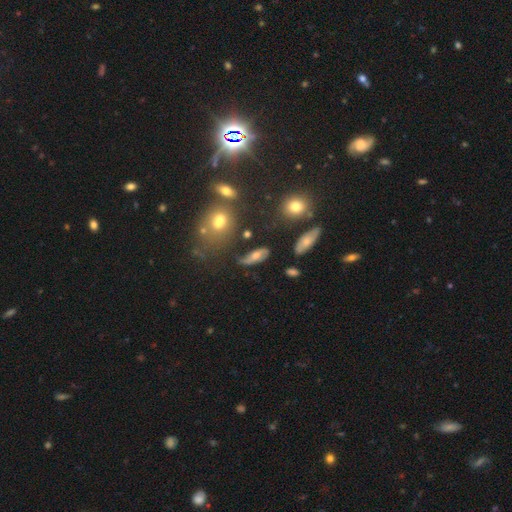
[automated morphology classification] smooth_or_featured: featured or disk (p=0.47) [alt: smooth p=0.42]
merging: none (p=0.55) [alt: minor disturbance p=0.24]